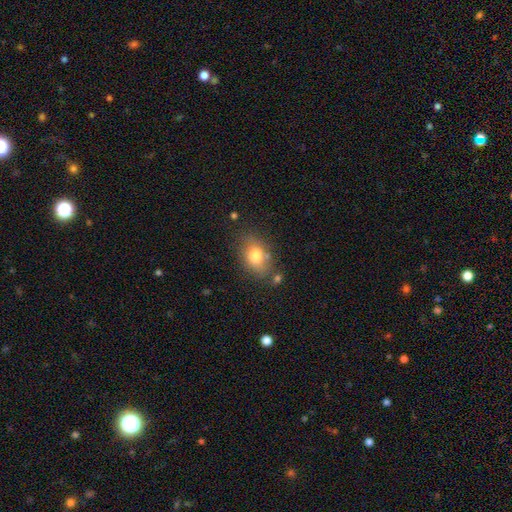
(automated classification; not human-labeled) This appears to be a smooth galaxy with no disk features (78%) that is in between round and cigar-shaped (78%). Merging: none (70%).